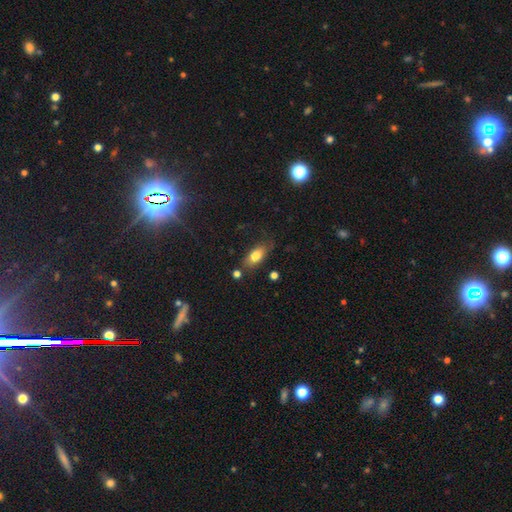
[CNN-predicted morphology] Q: Smooth or featured?
A: smooth (77%); runner-up: featured or disk (14%)
Q: How rounded?
A: in between (85%); runner-up: cigar-shaped (11%)
Q: Merging?
A: none (71%); runner-up: minor disturbance (19%)